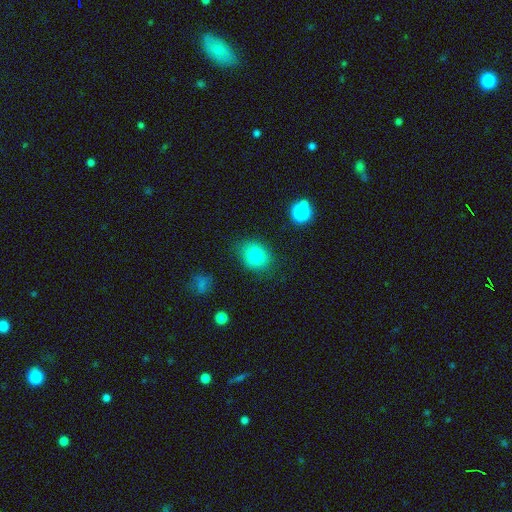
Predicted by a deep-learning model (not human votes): Q: Smooth or featured?
A: smooth (81%); runner-up: star or artifact (11%)
Q: How rounded?
A: round (59%); runner-up: in between (40%)
Q: Merging?
A: none (80%); runner-up: minor disturbance (14%)